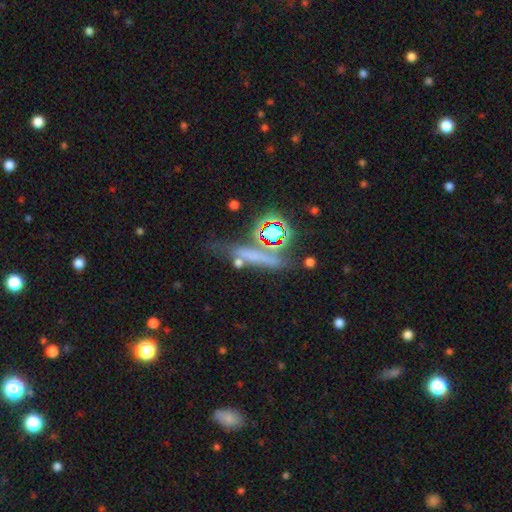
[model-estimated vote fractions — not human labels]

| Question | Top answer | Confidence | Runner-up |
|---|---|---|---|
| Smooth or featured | star or artifact | 43% | smooth (36%) |